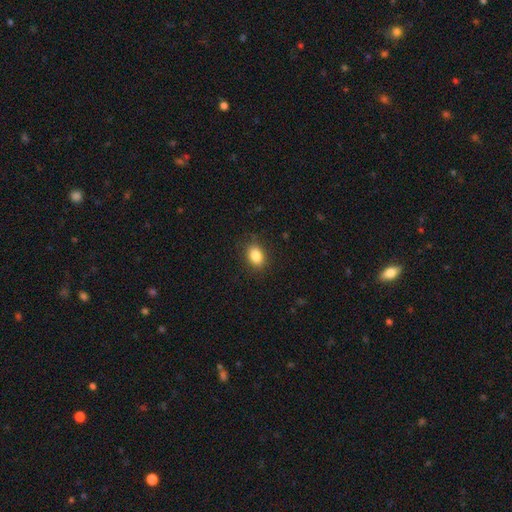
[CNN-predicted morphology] smooth_or_featured: smooth (p=0.86) [alt: star or artifact p=0.09]
how_rounded: in between (p=0.76) [alt: round p=0.23]
merging: none (p=0.86) [alt: minor disturbance p=0.10]